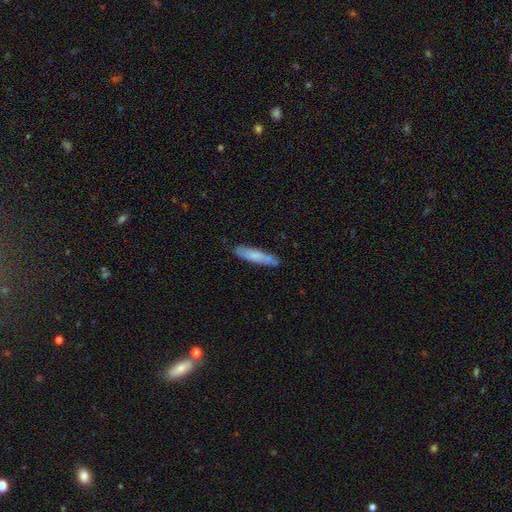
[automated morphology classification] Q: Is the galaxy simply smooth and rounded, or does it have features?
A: smooth — 69%.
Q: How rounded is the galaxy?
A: cigar-shaped — 84%.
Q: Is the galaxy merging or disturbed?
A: none — 80%.